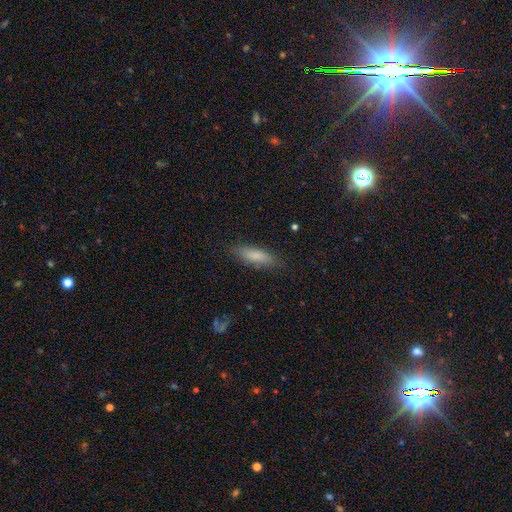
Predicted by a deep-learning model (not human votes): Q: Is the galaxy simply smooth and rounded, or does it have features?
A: smooth — 81%.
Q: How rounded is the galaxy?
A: cigar-shaped — 54%.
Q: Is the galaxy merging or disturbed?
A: none — 83%.